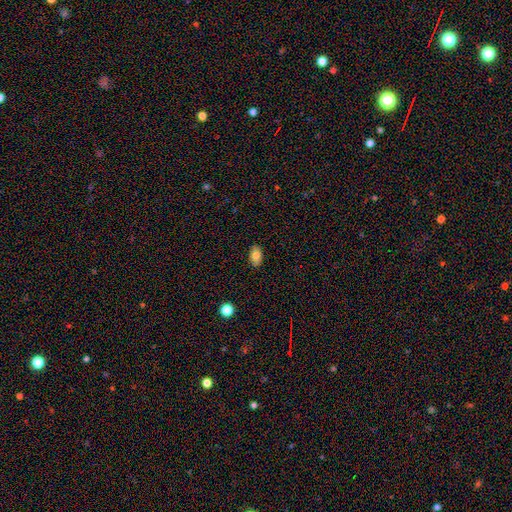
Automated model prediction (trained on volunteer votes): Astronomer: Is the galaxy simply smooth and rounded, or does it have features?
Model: smooth — 79%.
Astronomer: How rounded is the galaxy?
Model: in between — 89%.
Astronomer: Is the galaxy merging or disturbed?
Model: none — 87%.